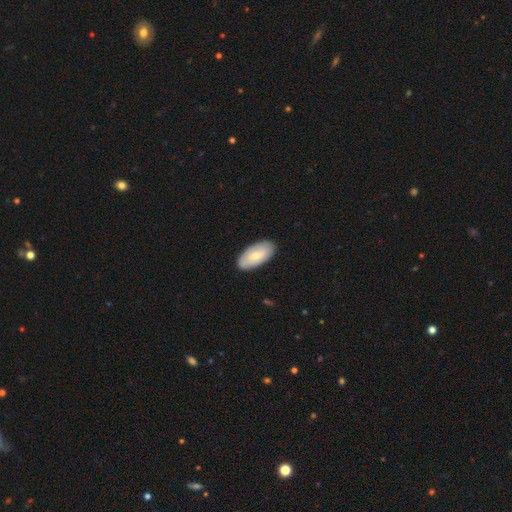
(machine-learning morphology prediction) Overall: smooth (68%). How rounded: in between (94%). Merging: none (87%).